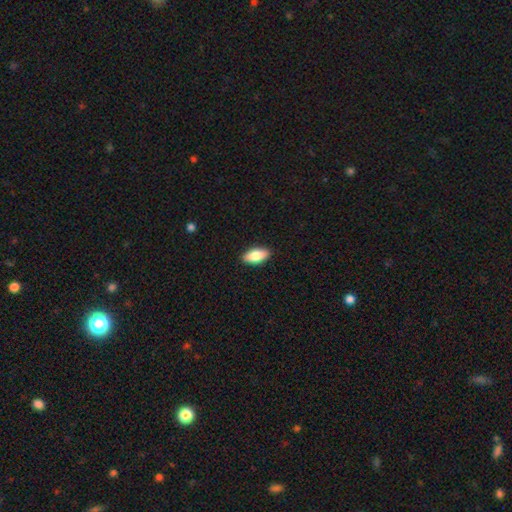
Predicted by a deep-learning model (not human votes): This appears to be a smooth galaxy with no disk features (83%) that is in between round and cigar-shaped (89%). Merging: none (90%).